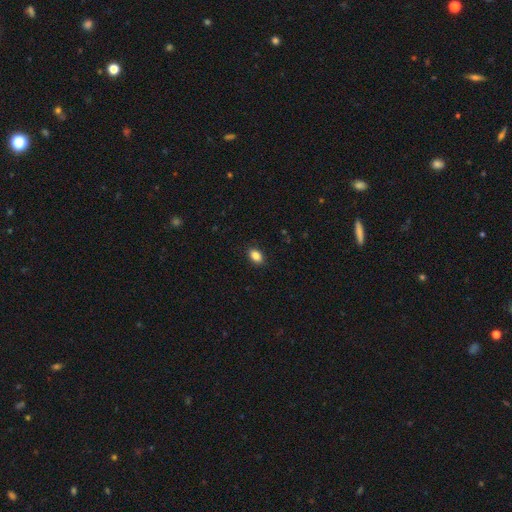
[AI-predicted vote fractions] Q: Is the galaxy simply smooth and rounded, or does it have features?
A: smooth — 86%.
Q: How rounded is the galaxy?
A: in between — 86%.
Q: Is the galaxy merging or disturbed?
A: none — 88%.